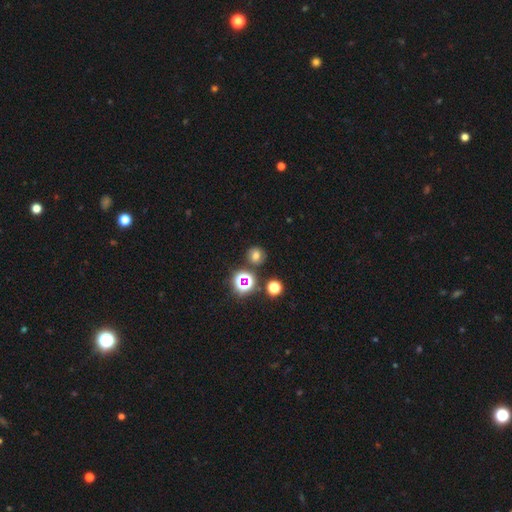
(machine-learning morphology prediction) Overall: smooth (61%; star or artifact 27%). How rounded: round (86%). Merging: none (80%).